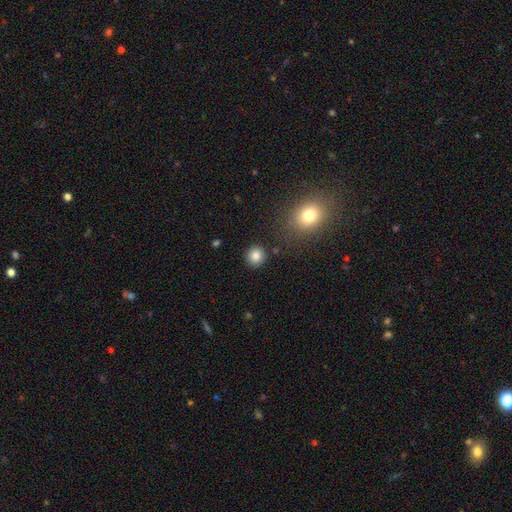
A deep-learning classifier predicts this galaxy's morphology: type=smooth (84%); roundness=round (92%); merging=none (89%).